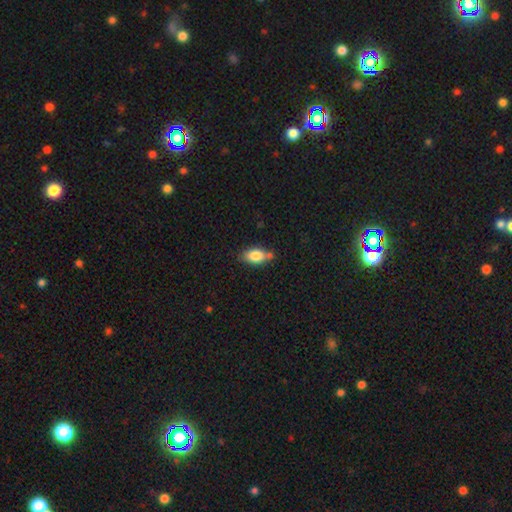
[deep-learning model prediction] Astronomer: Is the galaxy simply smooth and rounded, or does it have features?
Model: smooth — 81%.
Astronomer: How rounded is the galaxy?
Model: in between — 87%.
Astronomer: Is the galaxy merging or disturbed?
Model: none — 62%.